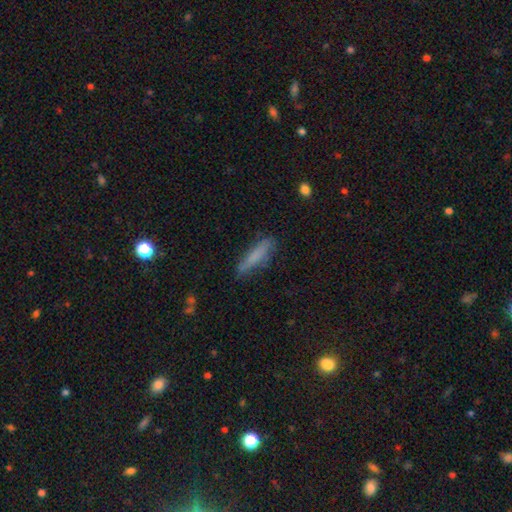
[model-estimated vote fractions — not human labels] Smooth or featured? smooth (72%)
How rounded? cigar-shaped (85%)
Merging? none (77%)